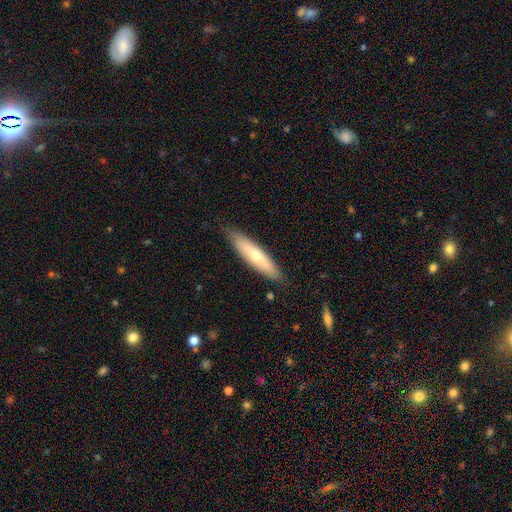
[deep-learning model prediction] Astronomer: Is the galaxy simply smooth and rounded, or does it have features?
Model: smooth — 55% (runner-up: featured or disk, 39%).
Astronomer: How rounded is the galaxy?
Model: cigar-shaped — 77%.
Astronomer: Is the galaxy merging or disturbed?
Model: none — 85%.